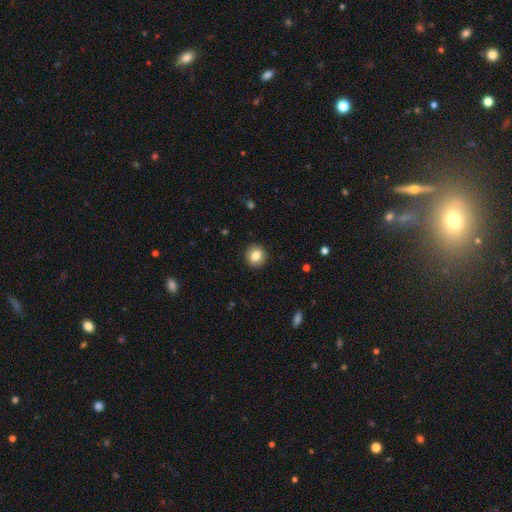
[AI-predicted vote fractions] The model was most divided on "smooth or featured": smooth: 83%, star or artifact: 9%, featured or disk: 7%. More confident: merging — none (92%); how rounded — round (91%).